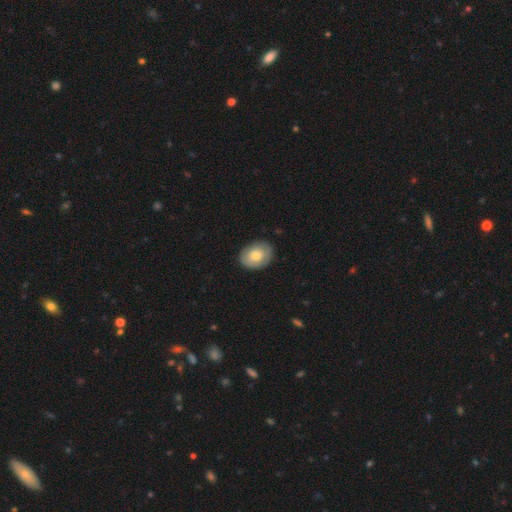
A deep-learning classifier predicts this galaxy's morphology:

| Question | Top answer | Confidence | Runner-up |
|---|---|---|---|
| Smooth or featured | smooth | 67% | featured or disk (26%) |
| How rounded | in between | 58% | round (41%) |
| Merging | none | 84% | minor disturbance (12%) |